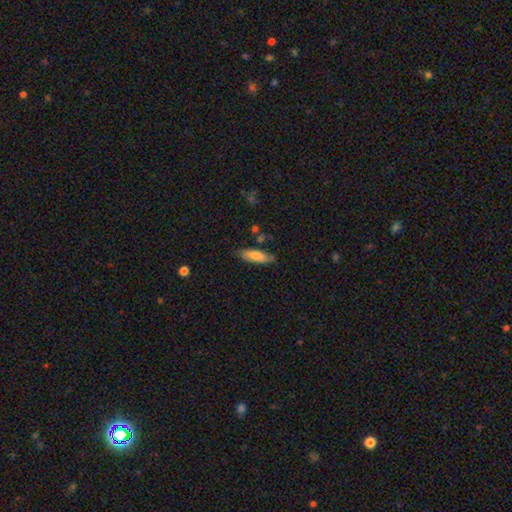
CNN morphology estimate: Overall: smooth (74%). How rounded: in between (59%; cigar-shaped 39%). Merging: none (74%).